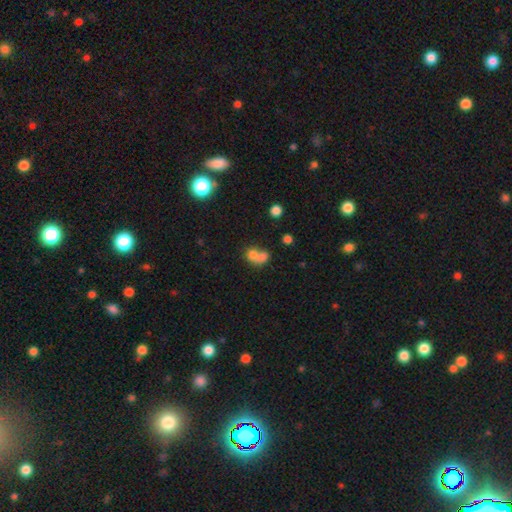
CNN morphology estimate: Smooth or featured: smooth — 70% (featured or disk — 17%)
How rounded: round — 57% (in between — 42%)
Merging: merger — 67% (none — 22%)